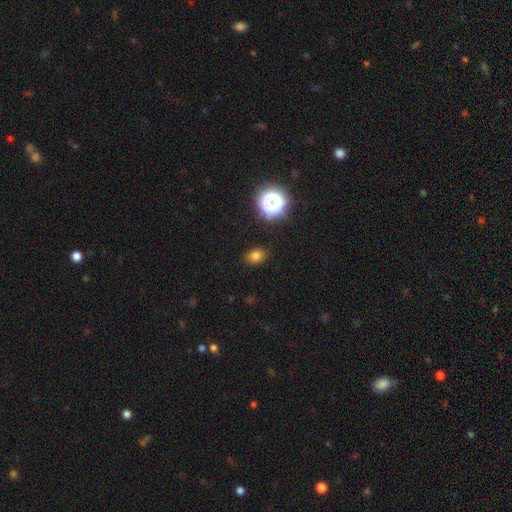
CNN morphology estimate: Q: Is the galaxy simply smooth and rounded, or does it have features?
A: smooth — 76%.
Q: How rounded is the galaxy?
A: in between — 54%.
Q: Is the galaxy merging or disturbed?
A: none — 87%.